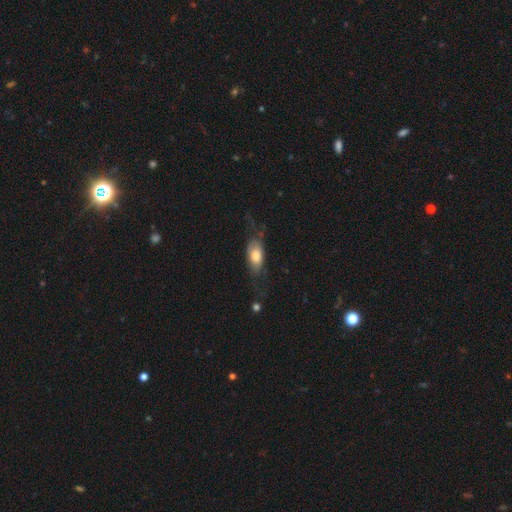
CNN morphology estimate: smooth-or-featured: smooth: 63% | featured or disk: 31% | star or artifact: 7%
  how-rounded: in between: 82% | cigar-shaped: 13% | round: 5%
  merging: none: 48% | minor disturbance: 26% | major disturbance: 24% | merger: 2%